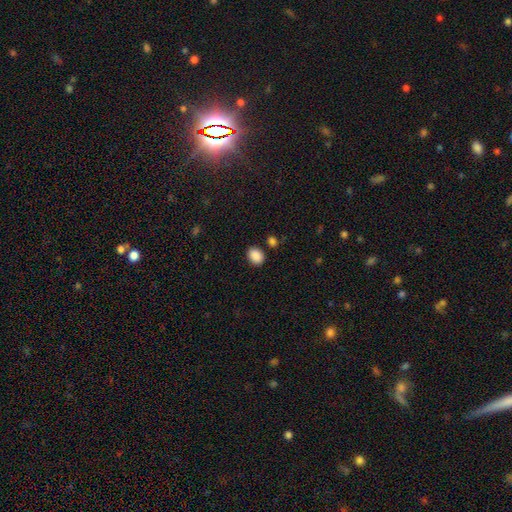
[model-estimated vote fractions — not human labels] smooth-or-featured: smooth: 89% | star or artifact: 8% | featured or disk: 3%
  how-rounded: in between: 61% | round: 39% | cigar-shaped: 1%
  merging: none: 85% | minor disturbance: 9% | merger: 4% | major disturbance: 3%